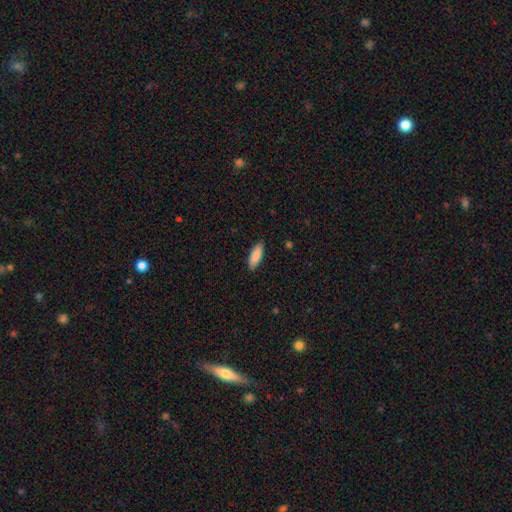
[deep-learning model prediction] smooth_or_featured: smooth (p=0.88) [alt: featured or disk p=0.06]
how_rounded: in between (p=0.68) [alt: cigar-shaped p=0.30]
merging: none (p=0.89) [alt: minor disturbance p=0.09]